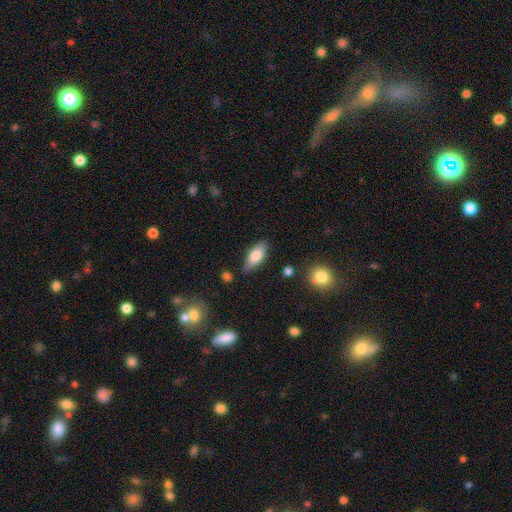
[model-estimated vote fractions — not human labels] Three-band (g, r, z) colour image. It shows a smooth galaxy with no disk features (76%) that is in between round and cigar-shaped (81%). Merging: none (78%).